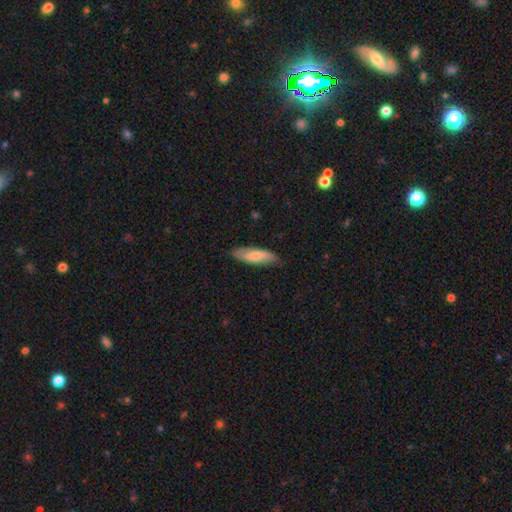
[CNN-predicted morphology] Smooth or featured?
  - smooth: 67% *
  - featured or disk: 27%
  - star or artifact: 5%
How rounded?
  - in between: 51% *
  - cigar-shaped: 47%
  - round: 2%
Merging?
  - none: 79% *
  - minor disturbance: 16%
  - major disturbance: 3%
  - merger: 1%